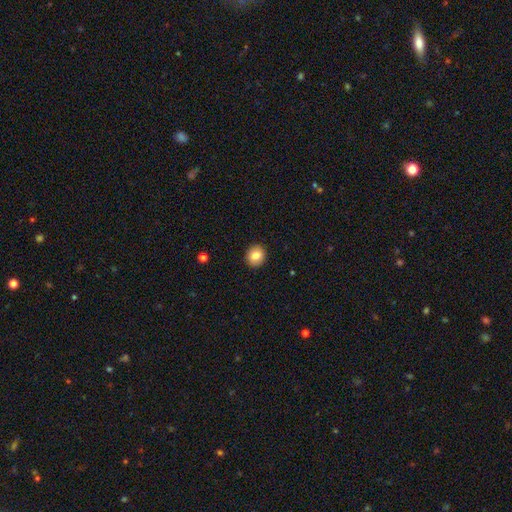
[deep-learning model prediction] Smooth or featured? Predicted: smooth (p=0.83). How rounded? Predicted: round (p=0.82). Merging? Predicted: none (p=0.92).